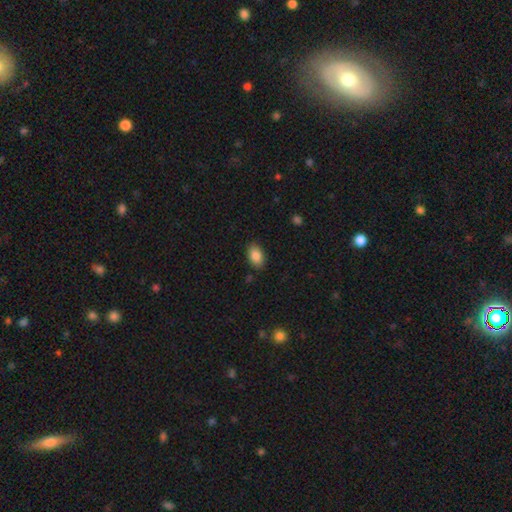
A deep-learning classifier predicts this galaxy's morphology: Smooth or featured: smooth — 87% (star or artifact — 8%)
How rounded: in between — 90% (round — 9%)
Merging: none — 87% (minor disturbance — 10%)